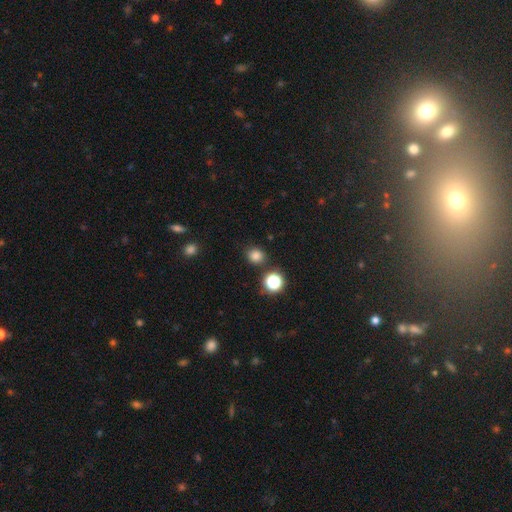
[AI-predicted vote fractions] Overall: smooth (80%). How rounded: round (79%). Merging: none (84%).